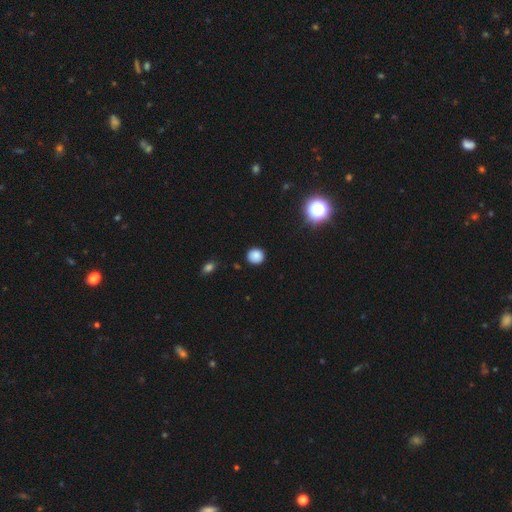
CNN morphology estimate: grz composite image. It shows a smooth galaxy with no disk features (84%) that is round (88%). Merging: none (89%).